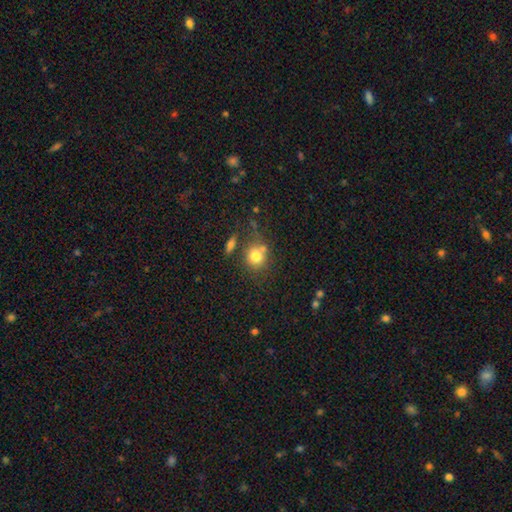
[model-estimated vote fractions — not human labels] Smooth or featured: smooth — 78% (star or artifact — 11%)
How rounded: round — 82% (in between — 17%)
Merging: none — 62% (merger — 18%)